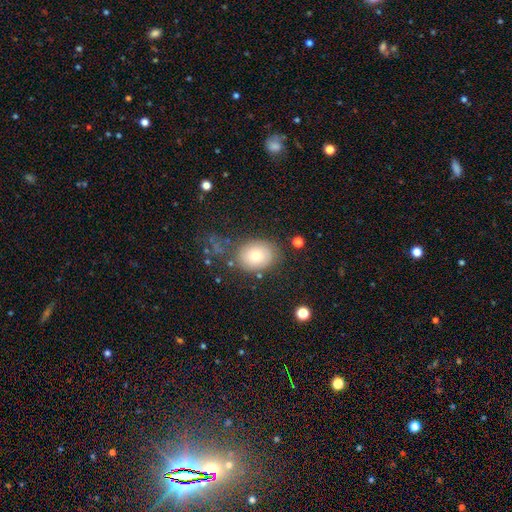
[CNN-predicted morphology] A smooth galaxy with no disk features (70%) that is in between round and cigar-shaped (53%). Merging: none (74%).